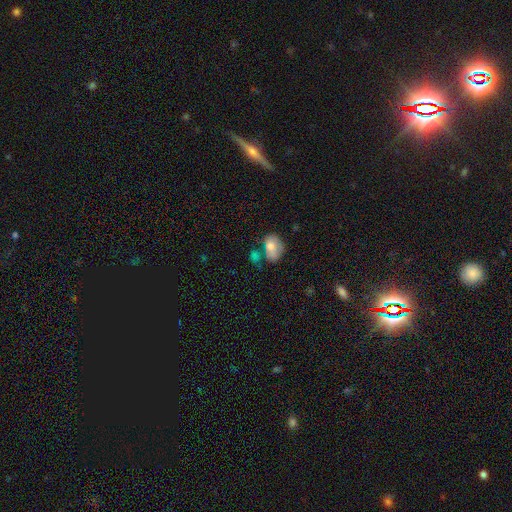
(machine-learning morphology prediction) smooth-or-featured: smooth: 66% | featured or disk: 23% | star or artifact: 11%
  how-rounded: in between: 68% | round: 30% | cigar-shaped: 2%
  merging: none: 46% | merger: 24% | minor disturbance: 20% | major disturbance: 9%